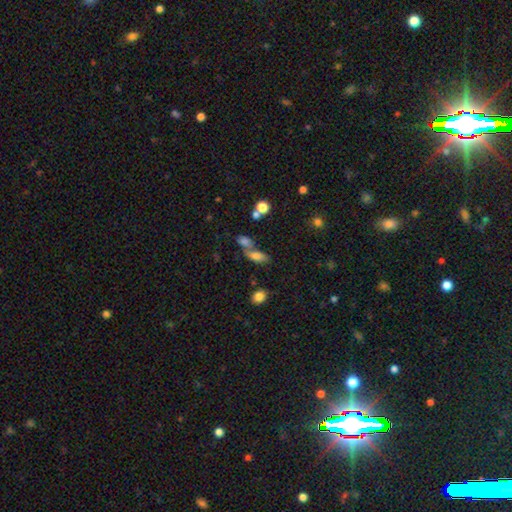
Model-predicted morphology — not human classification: This appears to be a smooth galaxy with no disk features (74%) that is in between round and cigar-shaped (75%). Merging: merger (47%).